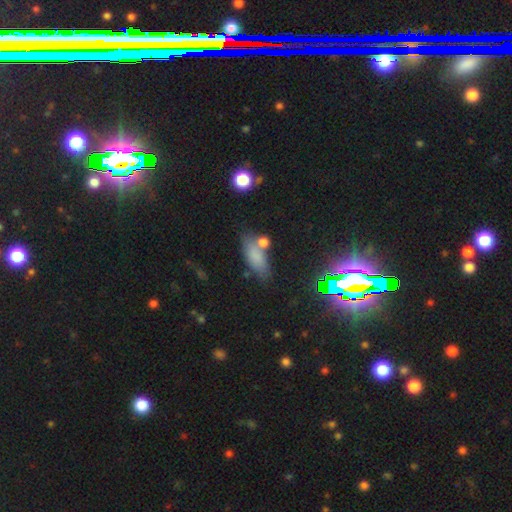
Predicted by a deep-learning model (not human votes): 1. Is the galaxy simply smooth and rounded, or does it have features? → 73% smooth, 15% star or artifact, 12% featured or disk.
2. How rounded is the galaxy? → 76% in between, 19% cigar-shaped, 6% round.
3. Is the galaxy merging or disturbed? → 57% none, 19% merger, 17% minor disturbance, 6% major disturbance.